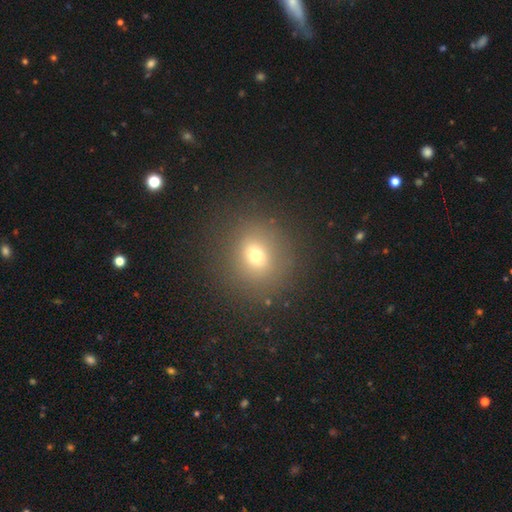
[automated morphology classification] smooth-or-featured: smooth: 67% | star or artifact: 19% | featured or disk: 13%
  how-rounded: round: 84% | in between: 15% | cigar-shaped: 1%
  merging: none: 86% | minor disturbance: 8% | major disturbance: 4% | merger: 2%